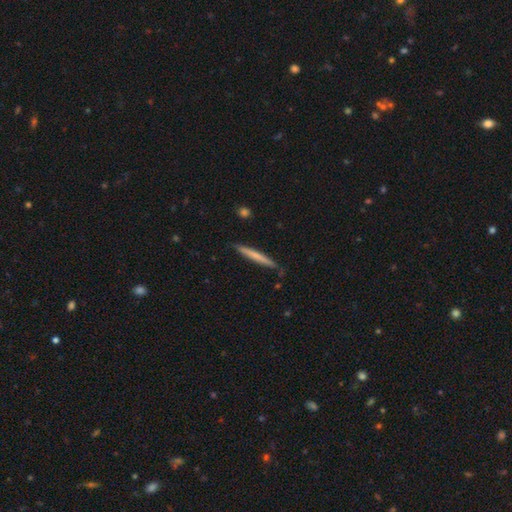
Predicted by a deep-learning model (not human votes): This appears to be a smooth galaxy with no disk features (61%) that is cigar-shaped (97%). Merging: none (87%).